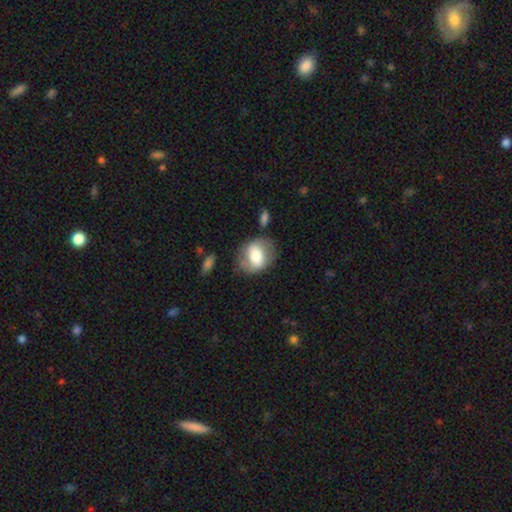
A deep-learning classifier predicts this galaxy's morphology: type=smooth (56%); roundness=in between (54%); merging=none (69%).